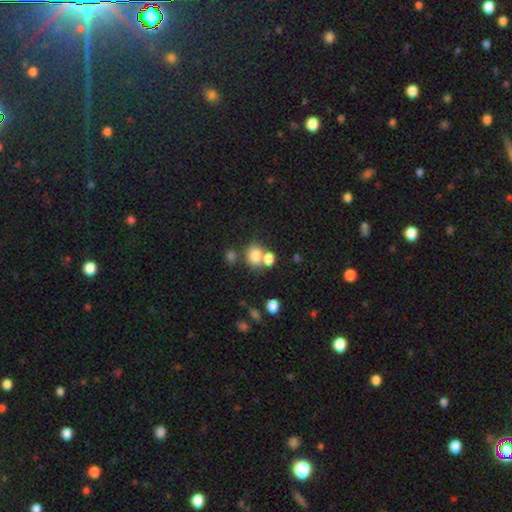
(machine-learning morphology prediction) Smooth or featured: smooth — 78% (star or artifact — 11%)
How rounded: round — 61% (in between — 38%)
Merging: none — 46% (merger — 40%)